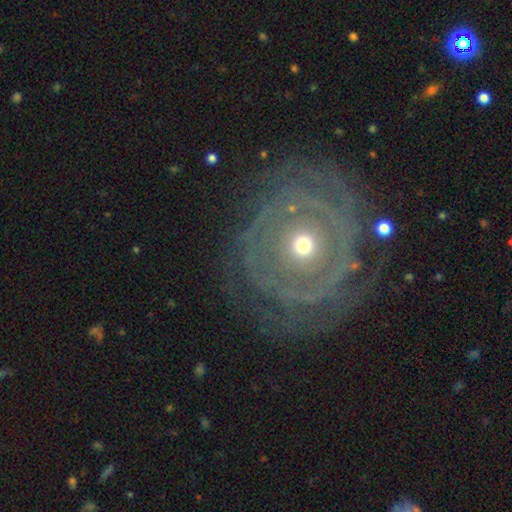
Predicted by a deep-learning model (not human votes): Smooth or featured? featured or disk (82%)
Edge-on disk? no (96%)
Bar? no (83%)
Spiral arms? yes (80%)
Spiral winding? tight (84%)
Spiral arm count? can't tell (39%)
Bulge size? moderate (51%)
Merging? none (79%)